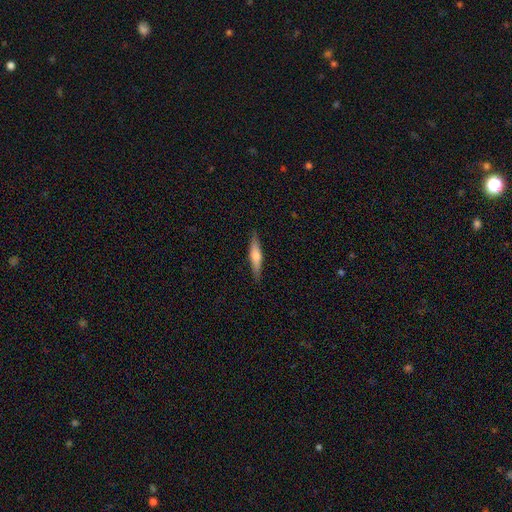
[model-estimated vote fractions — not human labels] Morphology: type=smooth (48%); merging=none (89%).